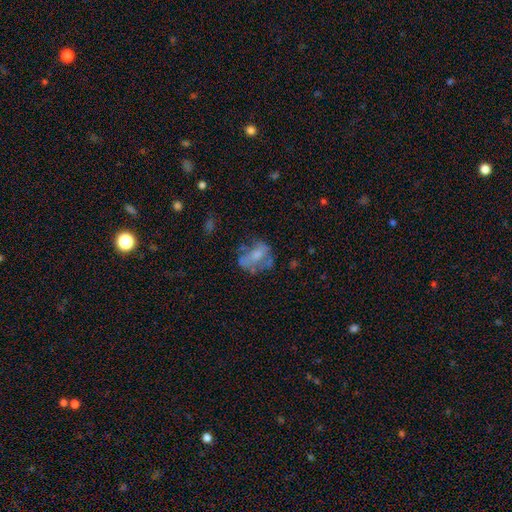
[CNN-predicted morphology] Smooth or featured? Predicted: featured or disk (p=0.46). Merging? Predicted: none (p=0.40).